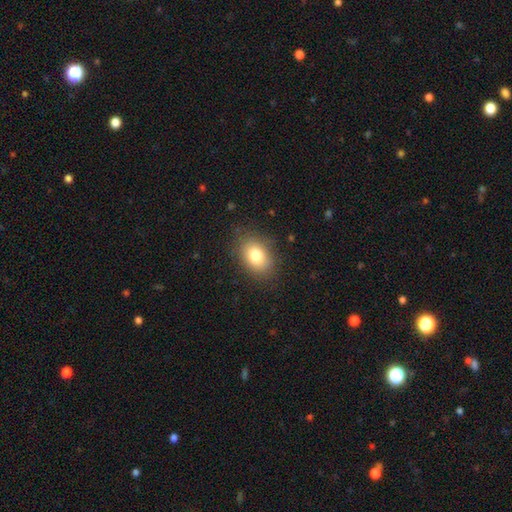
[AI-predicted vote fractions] A smooth galaxy with no disk features (80%) that is in between round and cigar-shaped (75%).

Vote fractions:
- Smooth or featured? smooth: 80% / featured or disk: 11% / star or artifact: 9%
- How rounded? in between: 75% / round: 24% / cigar-shaped: 1%
- Merging? none: 82% / minor disturbance: 13% / major disturbance: 4% / merger: 1%